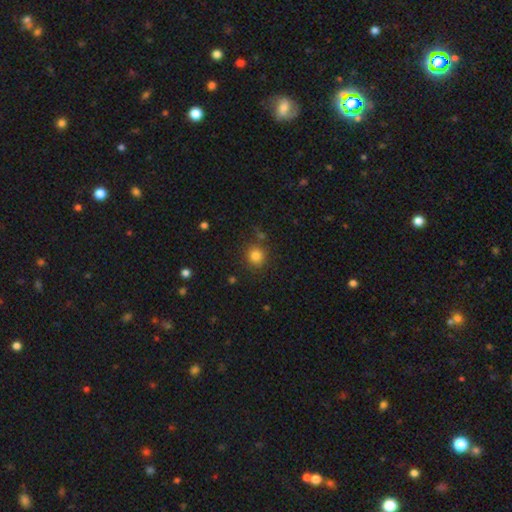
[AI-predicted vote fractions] smooth_or_featured: smooth (p=0.83) [alt: star or artifact p=0.12]
how_rounded: round (p=0.90) [alt: in between p=0.09]
merging: none (p=0.84) [alt: minor disturbance p=0.09]